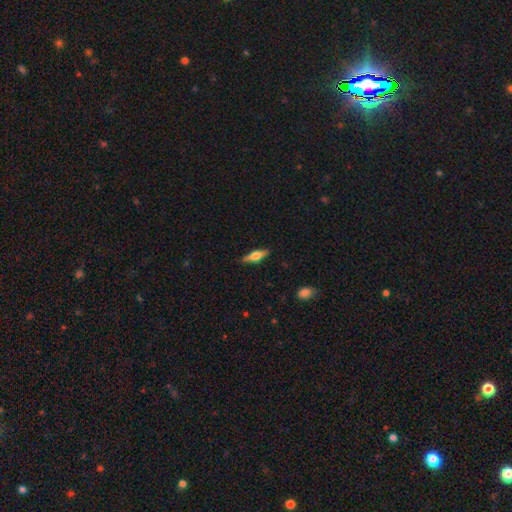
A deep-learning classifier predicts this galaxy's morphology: Smooth or featured? featured or disk (52%)
Edge-on disk? yes (95%)
Merging? none (87%)